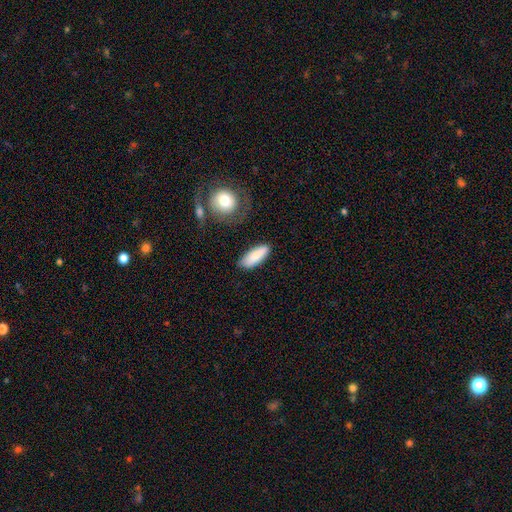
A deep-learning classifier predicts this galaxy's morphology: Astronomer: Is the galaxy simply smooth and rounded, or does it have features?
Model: smooth — 84%.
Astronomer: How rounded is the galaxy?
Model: in between — 67%.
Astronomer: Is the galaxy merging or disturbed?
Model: none — 78%.